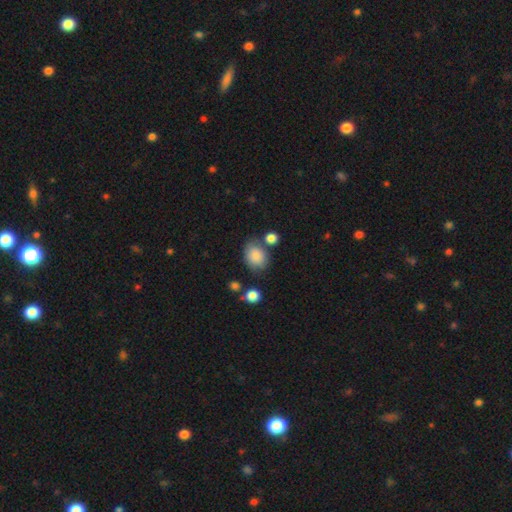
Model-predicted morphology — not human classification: This is clearly a smooth galaxy (85%). How rounded: likely in between (61%). Merging: likely none (65%).